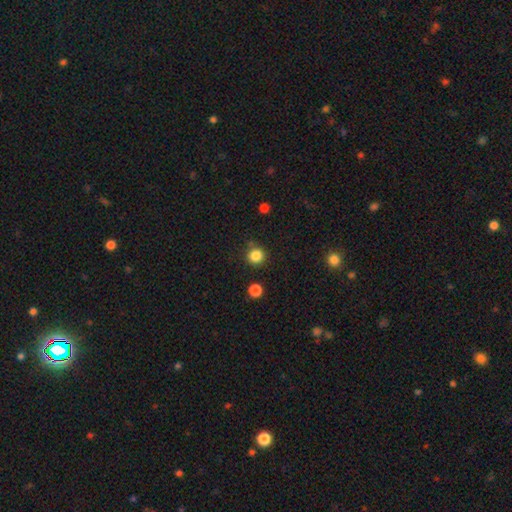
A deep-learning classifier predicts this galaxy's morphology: Overall: smooth (84%). How rounded: round (93%). Merging: none (84%).